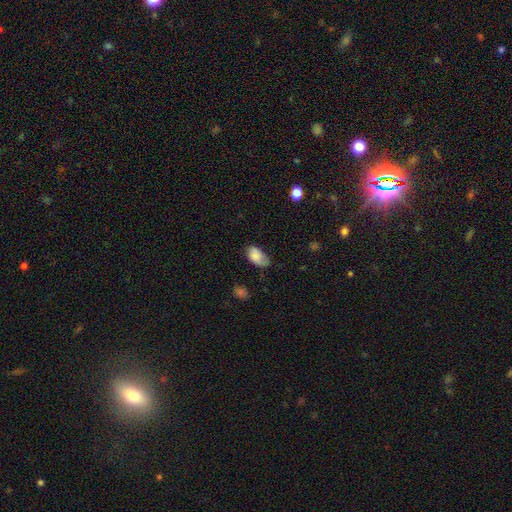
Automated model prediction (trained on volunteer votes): Overall: smooth (79%). How rounded: in between (94%). Merging: none (50%; minor disturbance 37%).